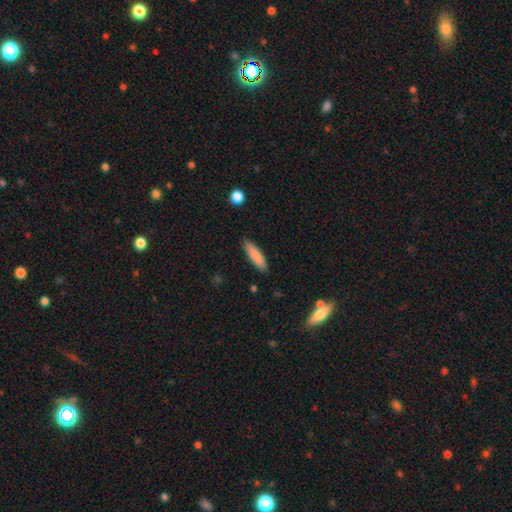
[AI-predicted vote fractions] Smooth or featured? smooth (86%)
How rounded? cigar-shaped (66%)
Merging? none (87%)